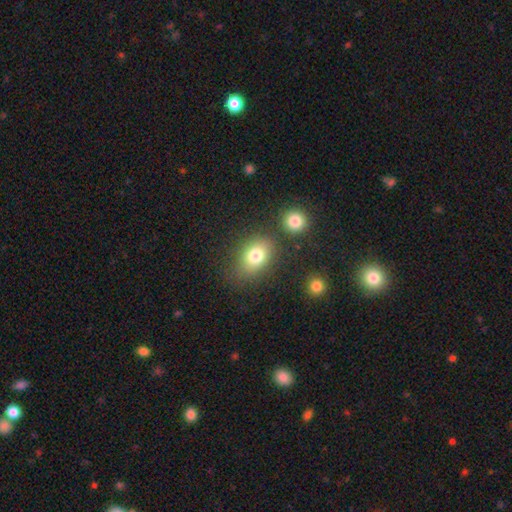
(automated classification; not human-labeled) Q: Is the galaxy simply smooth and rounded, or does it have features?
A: smooth — 78%.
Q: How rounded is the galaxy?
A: in between — 71%.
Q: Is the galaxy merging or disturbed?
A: none — 72%.